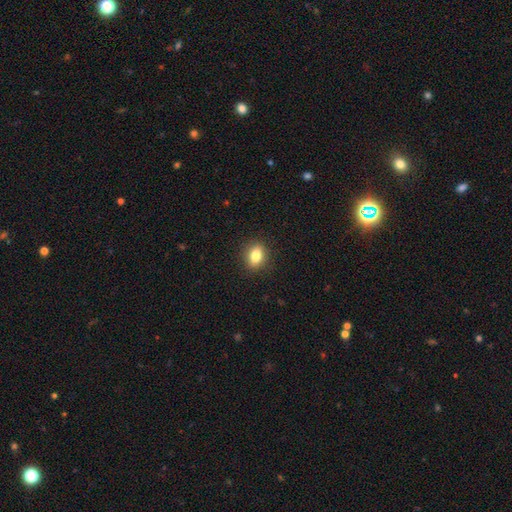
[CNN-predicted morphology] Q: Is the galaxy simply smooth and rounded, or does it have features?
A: smooth — 81%.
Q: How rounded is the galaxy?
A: in between — 68%.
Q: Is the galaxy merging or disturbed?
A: none — 89%.